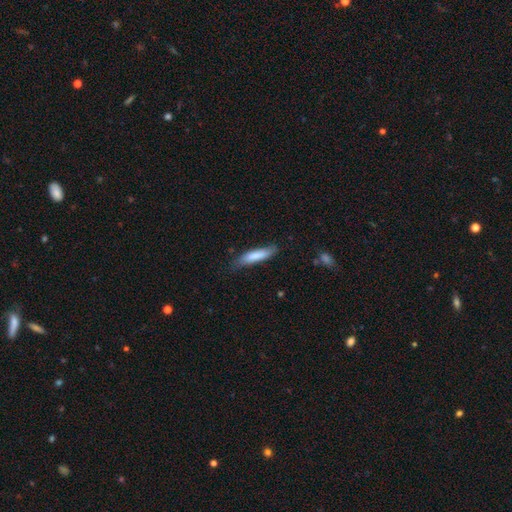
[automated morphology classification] This is likely a smooth galaxy (79%). How rounded: likely cigar-shaped (76%). Merging: likely none (71%).